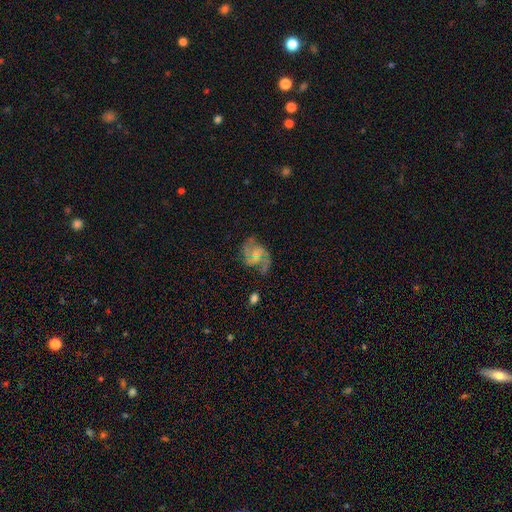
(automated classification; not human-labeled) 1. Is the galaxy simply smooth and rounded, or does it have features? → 70% featured or disk, 21% smooth, 8% star or artifact.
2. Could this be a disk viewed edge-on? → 98% no, 2% yes.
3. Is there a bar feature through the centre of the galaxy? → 64% no, 31% weak, 5% strong.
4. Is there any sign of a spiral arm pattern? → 85% yes, 15% no.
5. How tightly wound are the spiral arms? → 46% medium, 36% loose, 18% tight.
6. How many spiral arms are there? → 61% 2, 16% can't tell, 11% 3, 5% 1, 4% 4, 3% more than 4.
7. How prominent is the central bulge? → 64% small, 22% moderate, 12% none, 2% large, 1% dominant.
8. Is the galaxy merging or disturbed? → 49% none, 24% minor disturbance, 23% major disturbance, 4% merger.